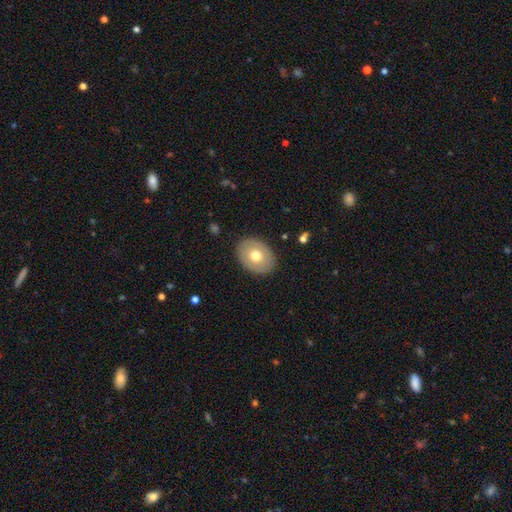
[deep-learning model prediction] smooth 60%, featured or disk 34%, star or artifact 6%. Down the decision tree: how rounded — in between (69%); merging — none (87%).